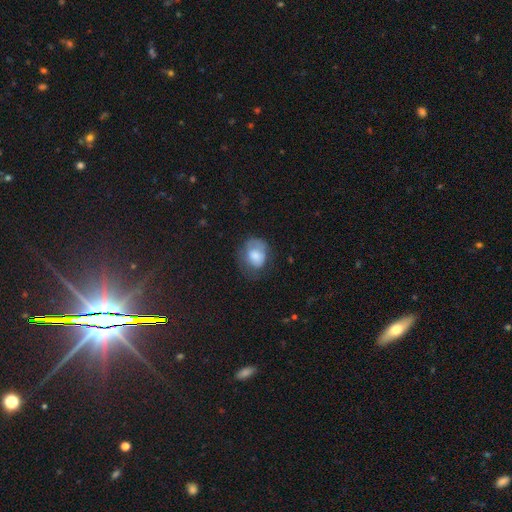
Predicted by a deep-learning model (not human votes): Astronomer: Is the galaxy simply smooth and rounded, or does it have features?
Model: smooth — 68%.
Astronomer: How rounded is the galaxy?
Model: in between — 53% (runner-up: round, 46%).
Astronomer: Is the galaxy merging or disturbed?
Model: none — 46% (runner-up: minor disturbance, 30%).